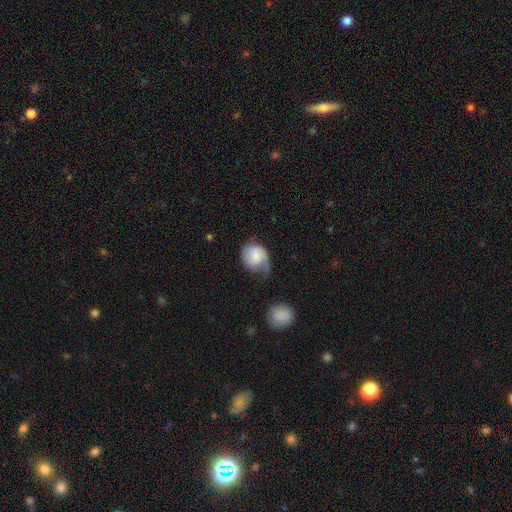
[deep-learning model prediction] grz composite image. It shows a featured or disk galaxy (54%) with no bar (59%), spiral arms (90%) and a small central bulge (36%). Merging: none (41%).